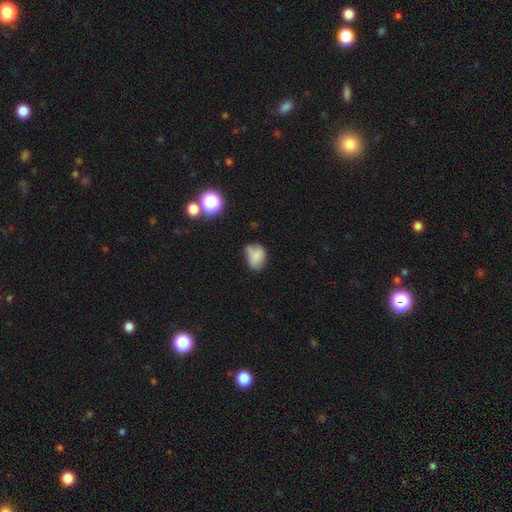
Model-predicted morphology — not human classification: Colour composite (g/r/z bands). It shows a smooth galaxy with no disk features (76%) that is in between round and cigar-shaped (65%). Merging: none (43%).